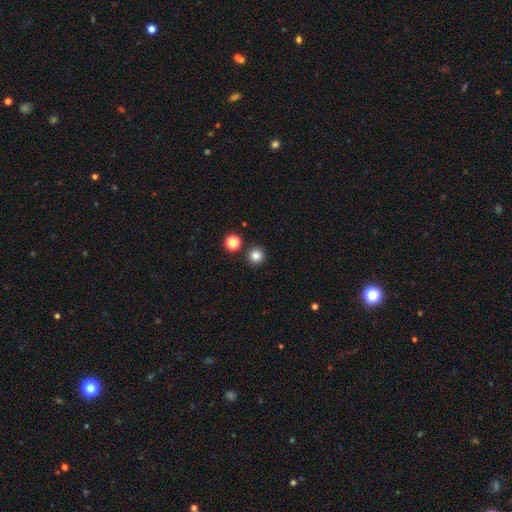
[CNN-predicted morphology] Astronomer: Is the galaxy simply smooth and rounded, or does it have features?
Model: smooth — 81%.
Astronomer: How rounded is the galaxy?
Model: round — 96%.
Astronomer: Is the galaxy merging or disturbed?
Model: none — 89%.